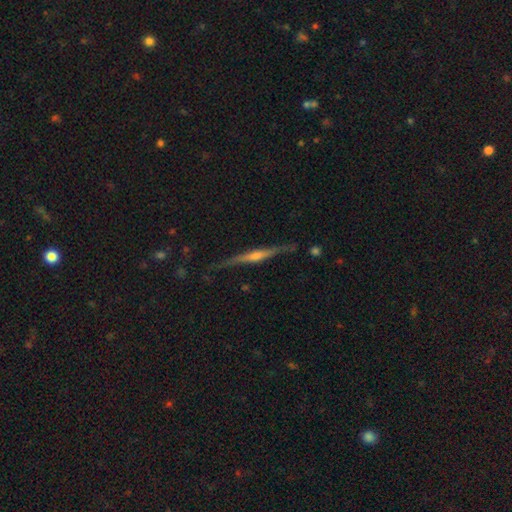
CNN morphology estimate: Overall: featured or disk (80%). Edge-on disk: yes (97%). Edge-on bulge: rounded (75%). Merging: none (81%).